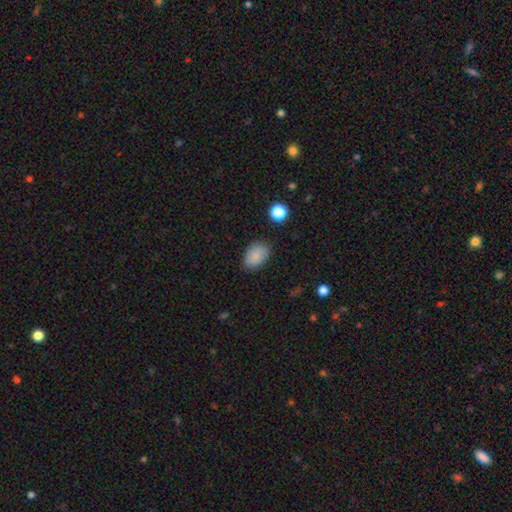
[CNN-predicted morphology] A smooth galaxy with no disk features (86%) that is in between round and cigar-shaped (86%). Merging: none (83%).